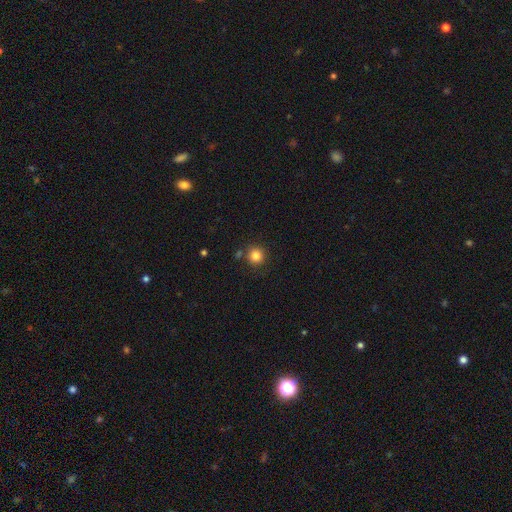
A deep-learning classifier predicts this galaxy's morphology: This appears to be a smooth galaxy with no disk features (83%) that is round (94%). Merging: none (83%).